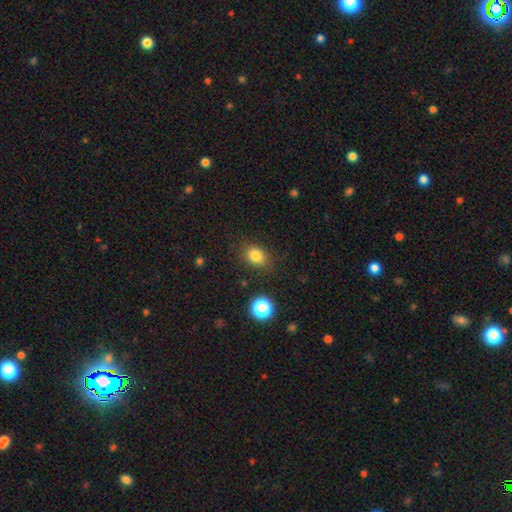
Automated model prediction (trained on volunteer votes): Overall: smooth (81%). How rounded: in between (60%; round 39%). Merging: none (82%).